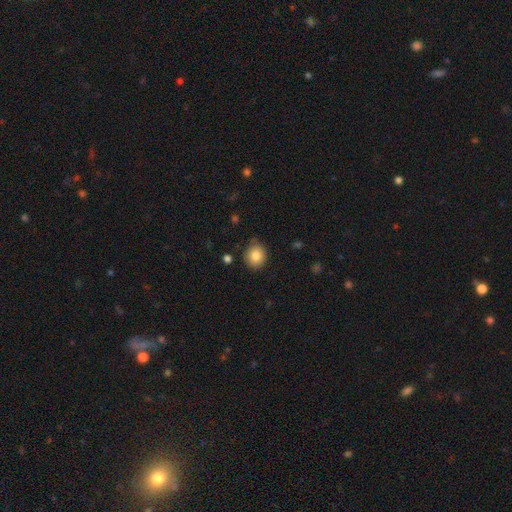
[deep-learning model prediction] Smooth or featured? Predicted: smooth (p=0.83). How rounded? Predicted: round (p=0.79). Merging? Predicted: none (p=0.79).